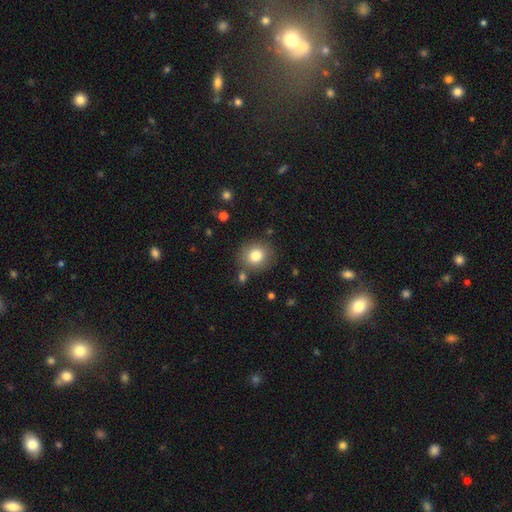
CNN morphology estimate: smooth 81%, star or artifact 10%, featured or disk 9%. Down the decision tree: how rounded — round (83%); merging — none (81%).